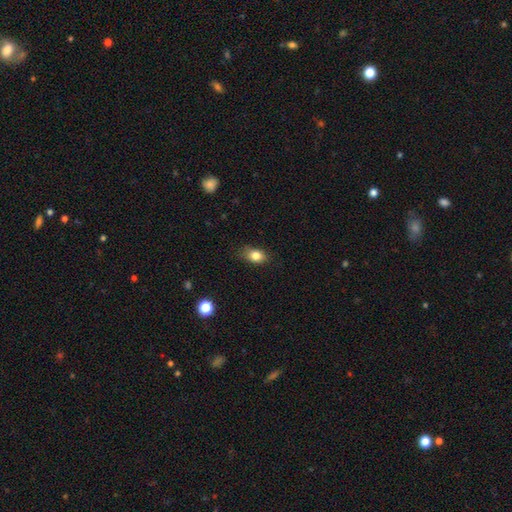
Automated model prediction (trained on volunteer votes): A smooth galaxy with no disk features (82%) that is in between round and cigar-shaped (74%).

Vote fractions:
- Smooth or featured? smooth: 82% / star or artifact: 10% / featured or disk: 8%
- How rounded? in between: 74% / round: 23% / cigar-shaped: 3%
- Merging? none: 73% / minor disturbance: 21% / major disturbance: 5% / merger: 1%